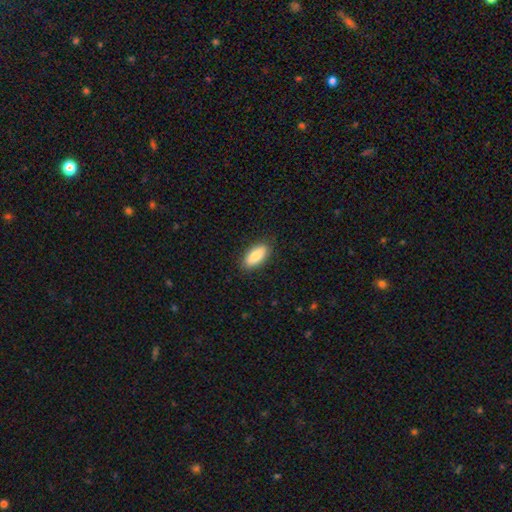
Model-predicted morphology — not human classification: Smooth or featured: smooth — 86% (featured or disk — 8%)
How rounded: in between — 83% (cigar-shaped — 15%)
Merging: none — 88% (minor disturbance — 9%)